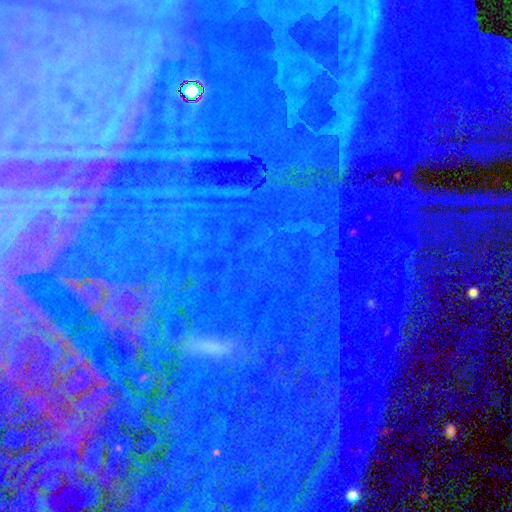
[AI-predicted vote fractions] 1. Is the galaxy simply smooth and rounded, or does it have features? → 84% star or artifact, 9% featured or disk, 8% smooth.